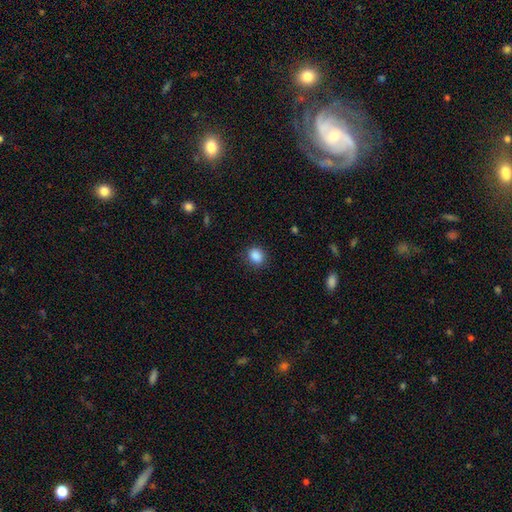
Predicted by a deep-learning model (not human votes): This is clearly a smooth galaxy (87%). How rounded: possibly round (58%). Merging: clearly none (83%).